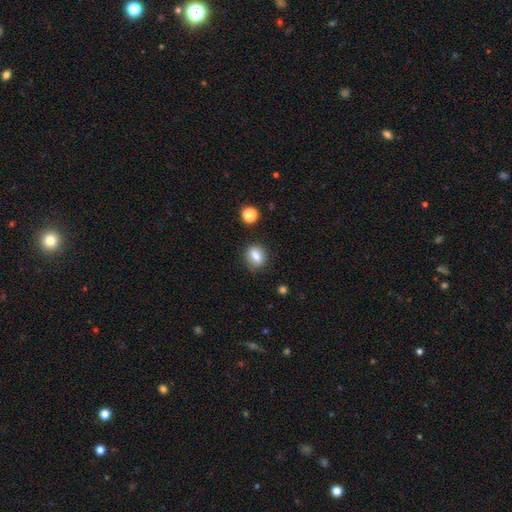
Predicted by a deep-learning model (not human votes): smooth 79%, featured or disk 11%, star or artifact 9%. Down the decision tree: how rounded — in between (56%); merging — none (81%).